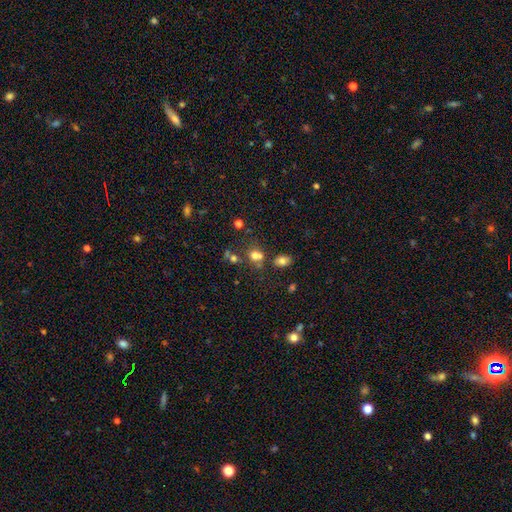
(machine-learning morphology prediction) This appears to be a smooth galaxy with no disk features (69%) that is round (57%). Merging: none (47%).